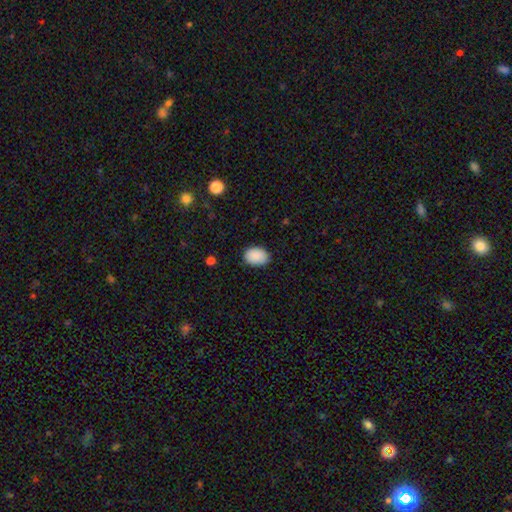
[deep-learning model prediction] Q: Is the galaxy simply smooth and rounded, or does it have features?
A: smooth — 90%.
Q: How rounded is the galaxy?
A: in between — 80%.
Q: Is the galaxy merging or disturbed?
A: none — 85%.